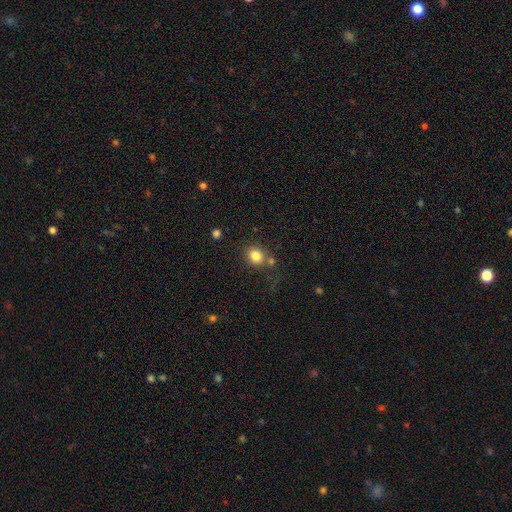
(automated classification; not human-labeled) This is clearly a smooth galaxy (82%). How rounded: likely round (75%). Merging: likely none (66%).